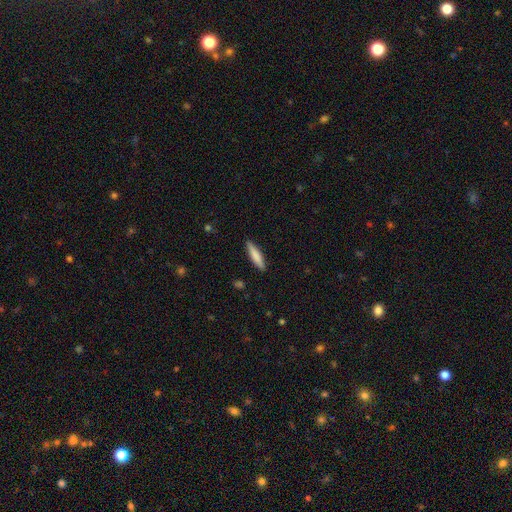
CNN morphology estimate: Smooth or featured?
  - smooth: 78% *
  - featured or disk: 17%
  - star or artifact: 6%
How rounded?
  - cigar-shaped: 82% *
  - in between: 17%
  - round: 1%
Merging?
  - none: 89% *
  - minor disturbance: 8%
  - major disturbance: 2%
  - merger: 1%